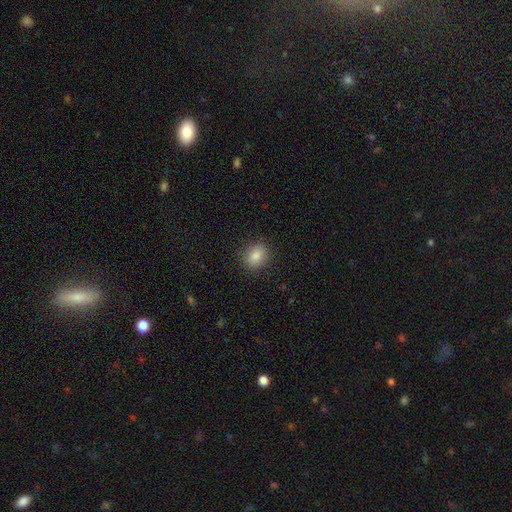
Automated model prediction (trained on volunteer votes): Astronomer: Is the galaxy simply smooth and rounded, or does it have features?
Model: smooth — 84%.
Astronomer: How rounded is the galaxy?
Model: round — 54% (runner-up: in between, 45%).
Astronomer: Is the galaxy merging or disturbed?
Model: none — 89%.